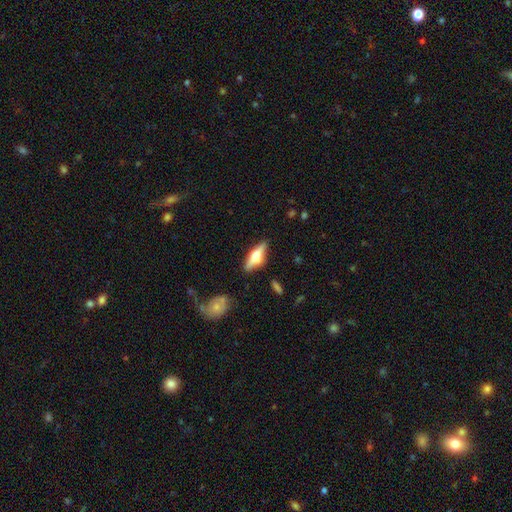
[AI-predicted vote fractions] featured or disk 57%, smooth 36%, star or artifact 7%. Down the decision tree: edge-on disk — yes (92%); edge-on bulge — rounded (92%); merging — none (81%).